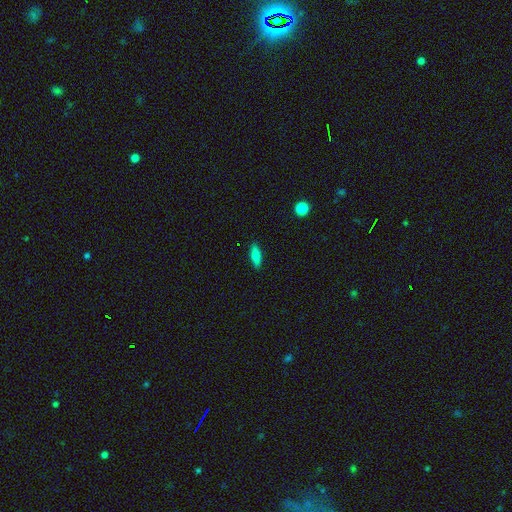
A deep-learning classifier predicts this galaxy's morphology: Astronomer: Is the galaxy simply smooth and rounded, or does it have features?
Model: smooth — 81%.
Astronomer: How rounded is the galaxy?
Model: in between — 53% (runner-up: cigar-shaped, 44%).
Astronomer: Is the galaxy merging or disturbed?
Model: none — 88%.